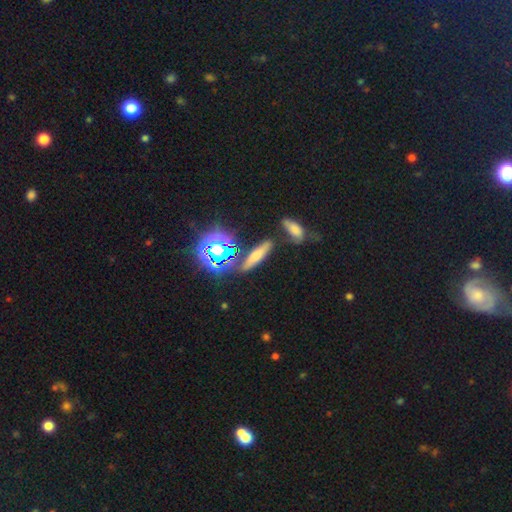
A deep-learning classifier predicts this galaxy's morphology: Overall: smooth (51%; star or artifact 26%). How rounded: cigar-shaped (62%; in between 28%). Merging: none (76%).